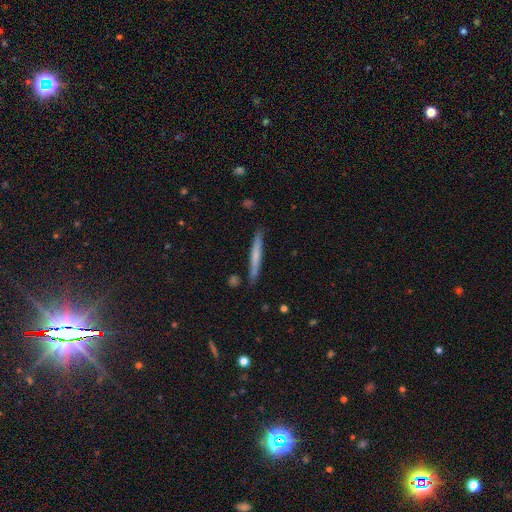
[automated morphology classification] A smooth galaxy with no disk features (57%) that is cigar-shaped (96%). Merging: none (87%).